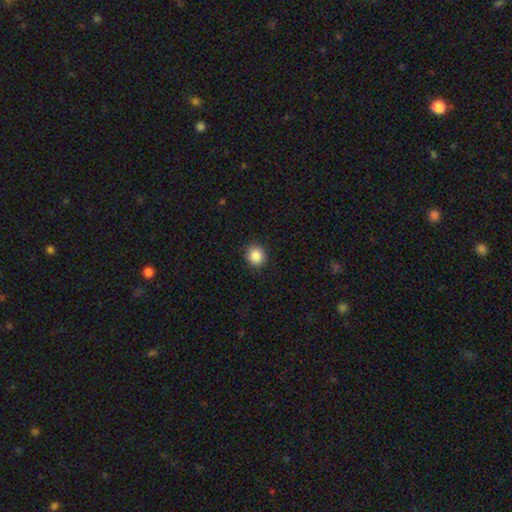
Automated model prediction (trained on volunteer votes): Smooth or featured? Predicted: smooth (p=0.87). How rounded? Predicted: round (p=0.85). Merging? Predicted: none (p=0.90).